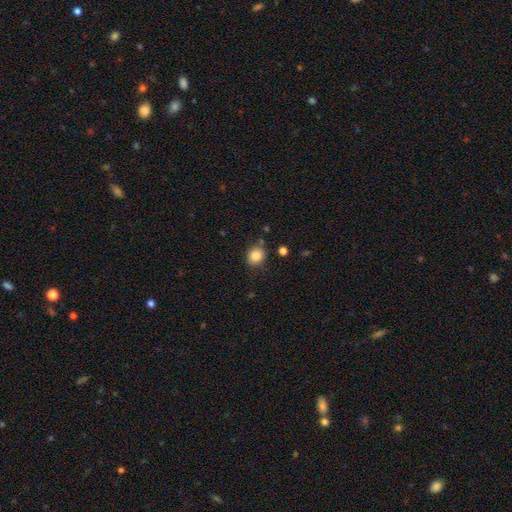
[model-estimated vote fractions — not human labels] Smooth or featured? Predicted: smooth (p=0.85). How rounded? Predicted: round (p=0.75). Merging? Predicted: none (p=0.81).